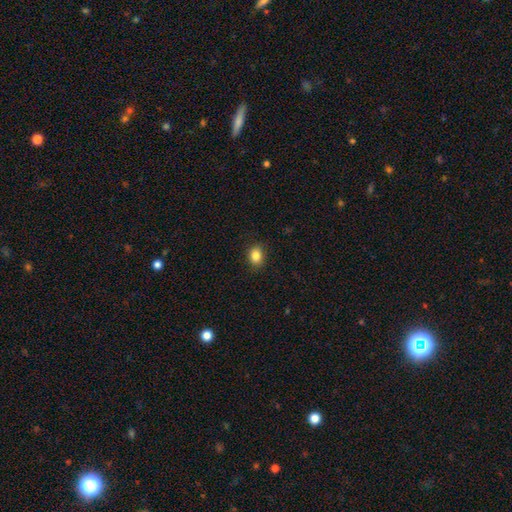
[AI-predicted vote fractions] This is clearly a smooth galaxy (85%). How rounded: possibly in between (56%). Merging: clearly none (89%).